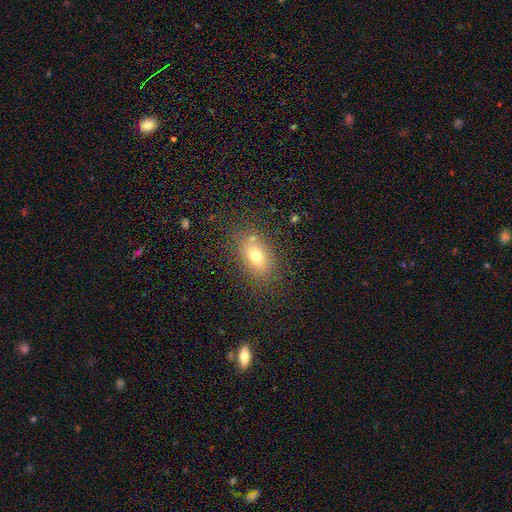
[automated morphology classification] Smooth or featured?
  - smooth: 72% *
  - featured or disk: 16%
  - star or artifact: 13%
How rounded?
  - in between: 82% *
  - round: 14%
  - cigar-shaped: 4%
Merging?
  - none: 79% *
  - minor disturbance: 12%
  - major disturbance: 5%
  - merger: 4%